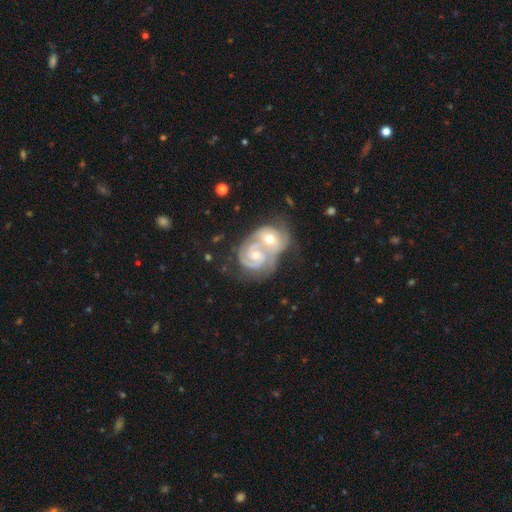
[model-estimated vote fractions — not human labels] Smooth or featured? Predicted: featured or disk (p=0.86). Edge-on disk? Predicted: no (p=0.98). Bar? Predicted: no (p=0.57). Spiral arms? Predicted: yes (p=0.96). Spiral winding? Predicted: tight (p=0.61). Spiral arm count? Predicted: 2 (p=0.74). Bulge size? Predicted: moderate (p=0.64). Merging? Predicted: merger (p=0.77).